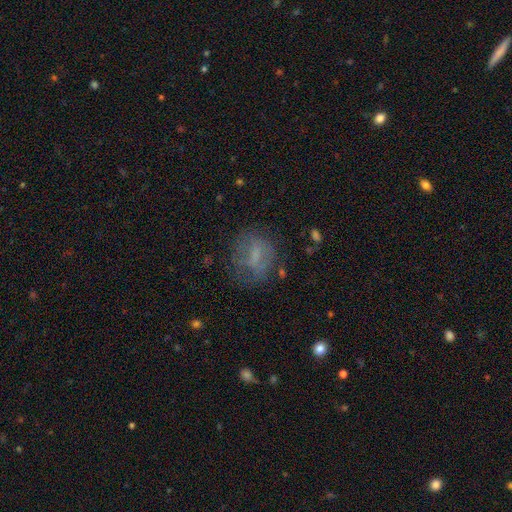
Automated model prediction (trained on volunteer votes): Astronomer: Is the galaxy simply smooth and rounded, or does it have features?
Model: smooth — 51% (runner-up: featured or disk, 35%).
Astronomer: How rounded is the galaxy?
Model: round — 52% (runner-up: in between, 44%).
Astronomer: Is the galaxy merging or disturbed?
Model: none — 60%.